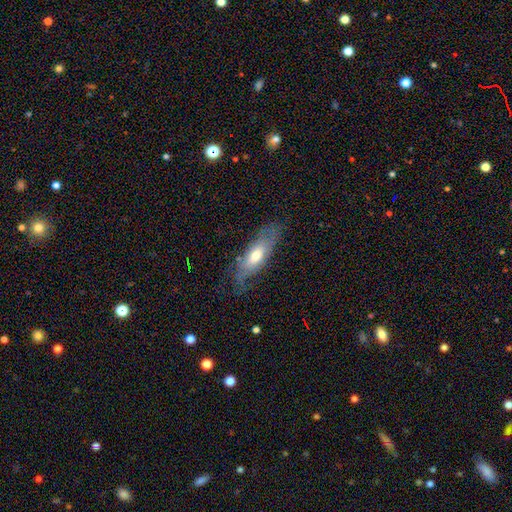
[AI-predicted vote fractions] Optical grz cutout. It shows a smooth galaxy with no disk features (52%) that is in between round and cigar-shaped (66%). Merging: none (64%).